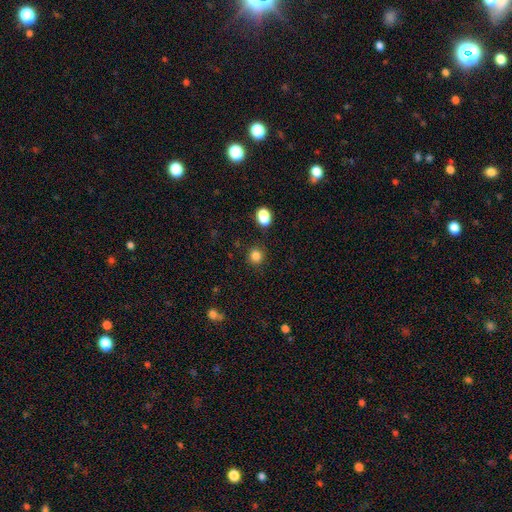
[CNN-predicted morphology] Smooth or featured? Predicted: smooth (p=0.84). How rounded? Predicted: round (p=0.87). Merging? Predicted: none (p=0.87).